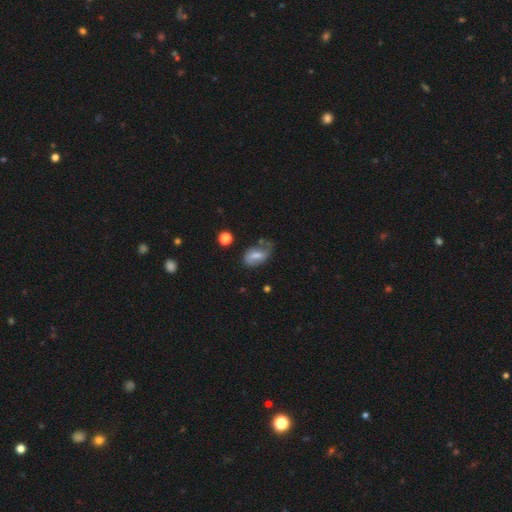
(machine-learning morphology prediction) smooth-or-featured: smooth: 59% | featured or disk: 32% | star or artifact: 10%
  how-rounded: in between: 87% | round: 10% | cigar-shaped: 3%
  merging: none: 48% | minor disturbance: 33% | major disturbance: 14% | merger: 5%